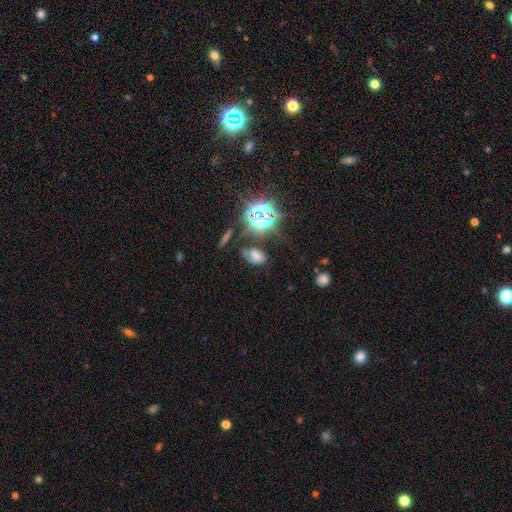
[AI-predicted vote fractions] The model was most divided on "smooth or featured": smooth: 45%, star or artifact: 34%, featured or disk: 21%. More confident: merging — none (51%).